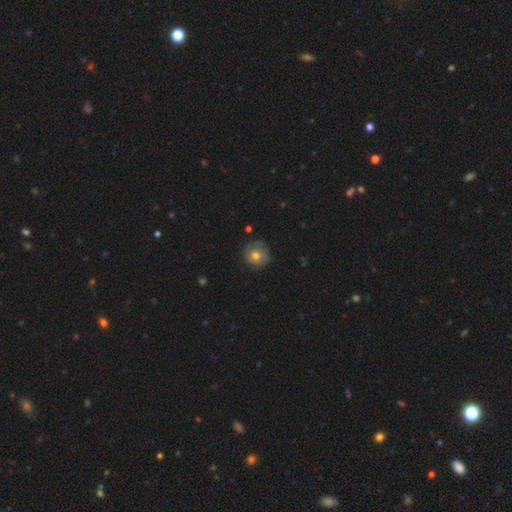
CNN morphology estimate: smooth 65%, featured or disk 26%, star or artifact 9%. Down the decision tree: how rounded — round (92%); merging — none (77%).